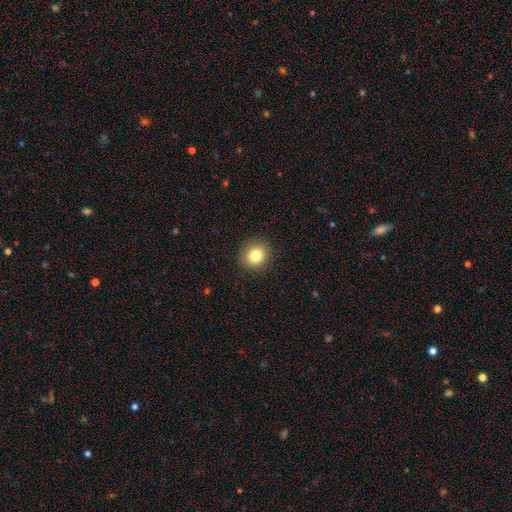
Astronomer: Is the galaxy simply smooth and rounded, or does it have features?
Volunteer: smooth — 85%.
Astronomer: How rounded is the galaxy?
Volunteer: round — 91%.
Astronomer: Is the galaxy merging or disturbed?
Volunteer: none — 92%.